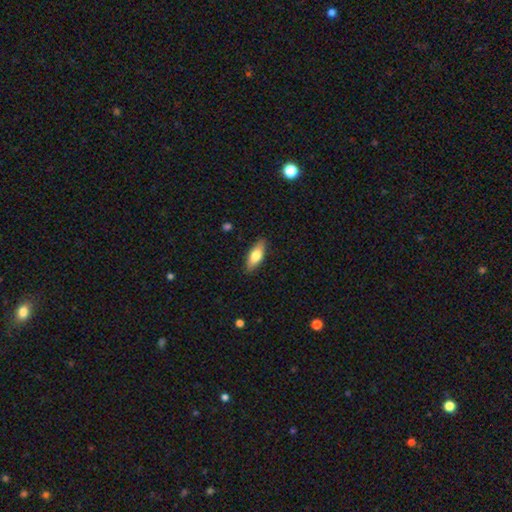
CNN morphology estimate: type=smooth (69%); roundness=in between (68%); merging=none (88%).